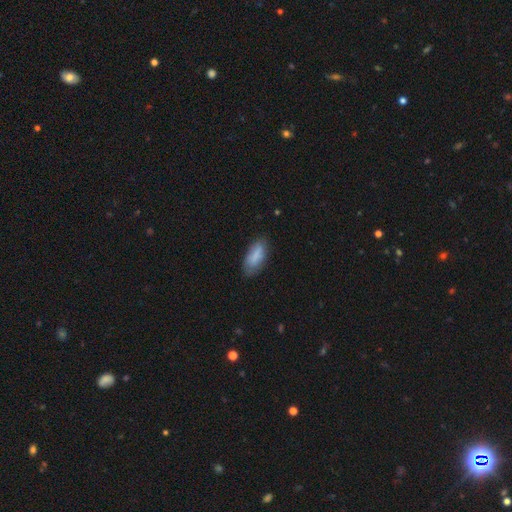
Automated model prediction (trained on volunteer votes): smooth 82%, featured or disk 12%, star or artifact 7%. Down the decision tree: how rounded — in between (82%); merging — none (71%).